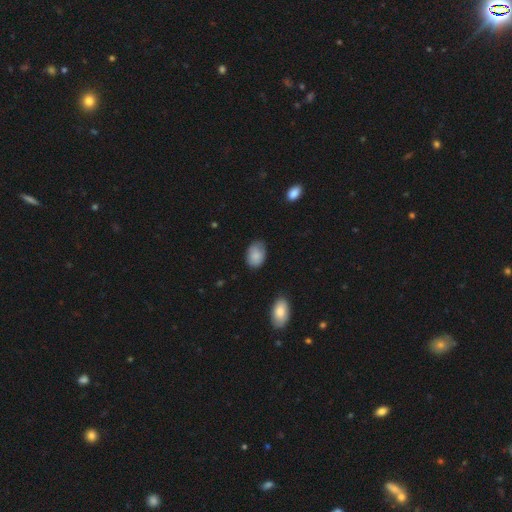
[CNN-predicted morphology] The model was most divided on "merging": none: 67%, minor disturbance: 27%, major disturbance: 5%, merger: 2%. More confident: smooth or featured — smooth (84%); how rounded — in between (82%).